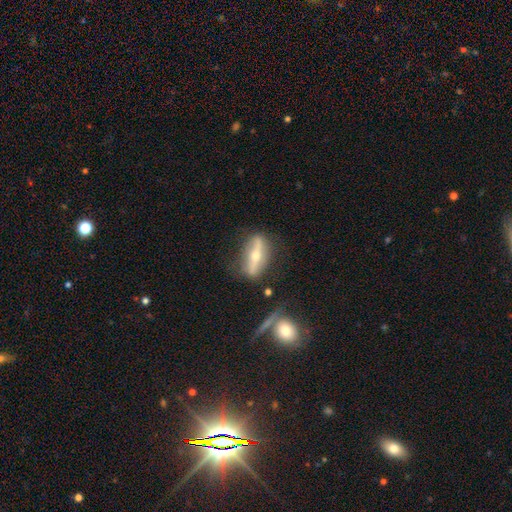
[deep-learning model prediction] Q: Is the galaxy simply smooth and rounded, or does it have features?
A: featured or disk — 68%.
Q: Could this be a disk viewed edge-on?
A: yes — 62%.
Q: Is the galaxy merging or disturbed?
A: none — 73%.